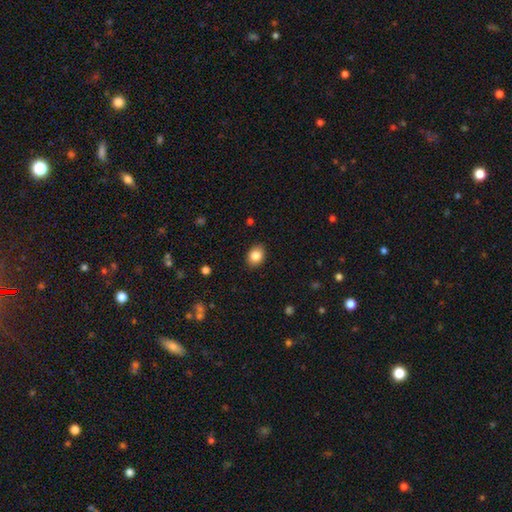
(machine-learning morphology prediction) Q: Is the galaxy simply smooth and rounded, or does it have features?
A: smooth — 85%.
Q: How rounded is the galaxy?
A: in between — 59%.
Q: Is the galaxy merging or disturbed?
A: none — 89%.